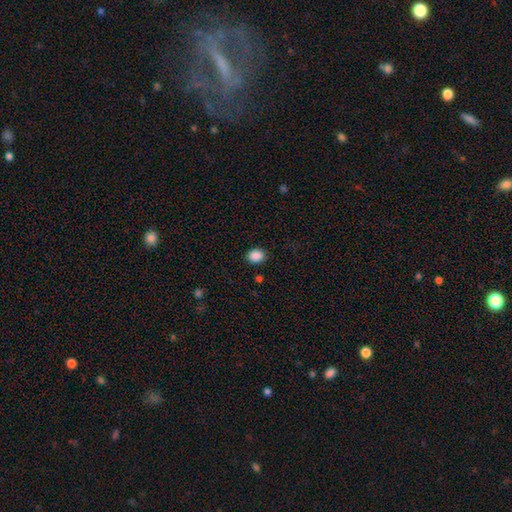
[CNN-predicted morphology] Smooth or featured: smooth — 88% (star or artifact — 9%)
How rounded: in between — 56% (round — 43%)
Merging: none — 87% (minor disturbance — 9%)